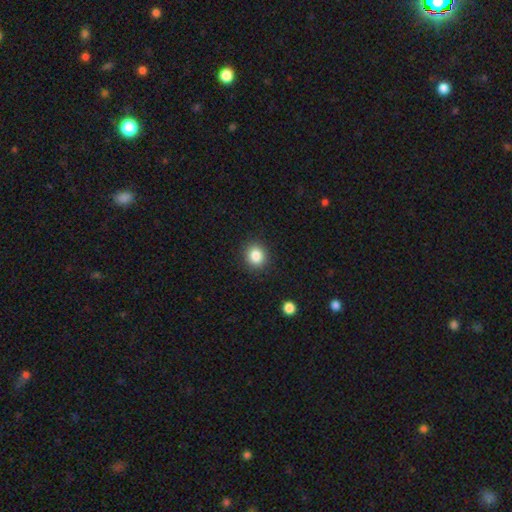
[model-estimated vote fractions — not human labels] This appears to be a smooth galaxy with no disk features (85%) that is round (82%). Merging: none (90%).